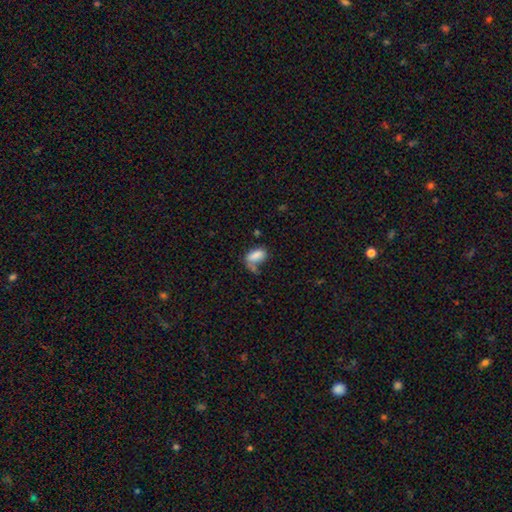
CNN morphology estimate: type=smooth (79%); roundness=in between (87%); merging=none (38%).